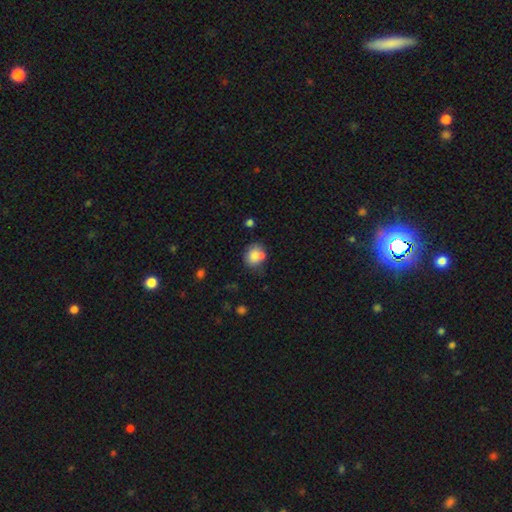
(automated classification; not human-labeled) smooth-or-featured: smooth: 80% | featured or disk: 11% | star or artifact: 9%
  how-rounded: round: 68% | in between: 31% | cigar-shaped: 1%
  merging: none: 56% | merger: 20% | minor disturbance: 18% | major disturbance: 5%